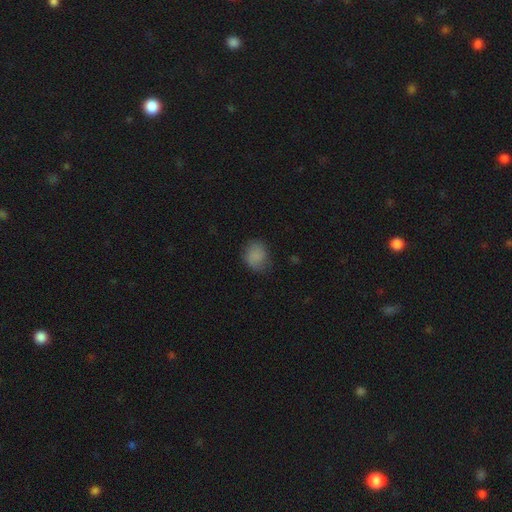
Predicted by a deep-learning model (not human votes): Smooth or featured? Predicted: smooth (p=0.83). How rounded? Predicted: round (p=0.65). Merging? Predicted: none (p=0.70).